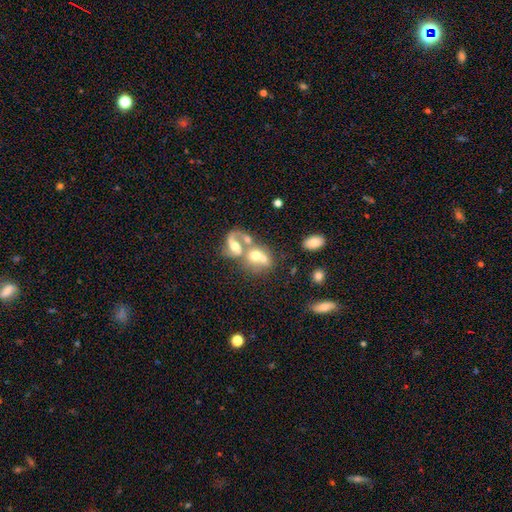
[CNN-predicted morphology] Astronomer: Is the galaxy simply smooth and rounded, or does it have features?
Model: featured or disk — 47% (runner-up: smooth, 41%).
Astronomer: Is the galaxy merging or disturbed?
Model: merger — 72%.